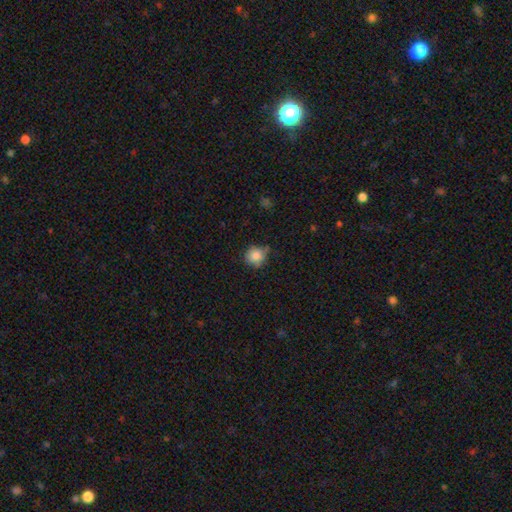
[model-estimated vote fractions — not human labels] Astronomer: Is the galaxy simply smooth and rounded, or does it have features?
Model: smooth — 85%.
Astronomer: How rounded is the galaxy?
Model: round — 91%.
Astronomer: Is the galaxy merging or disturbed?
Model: none — 73%.